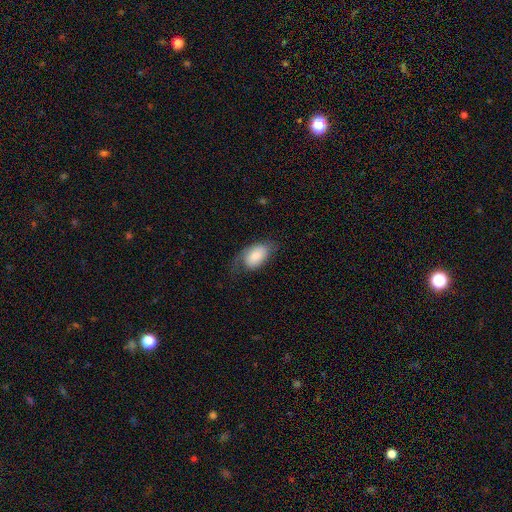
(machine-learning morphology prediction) Q: Smooth or featured?
A: smooth (68%); runner-up: featured or disk (25%)
Q: How rounded?
A: in between (92%); runner-up: round (7%)
Q: Merging?
A: none (45%); runner-up: minor disturbance (29%)